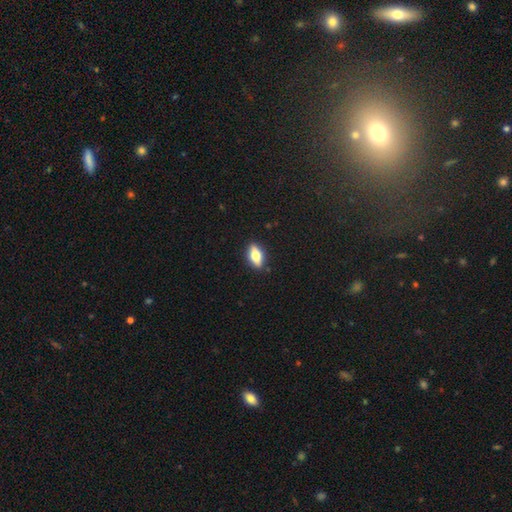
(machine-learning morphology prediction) smooth-or-featured: smooth: 60% | featured or disk: 32% | star or artifact: 8%
  how-rounded: in between: 79% | cigar-shaped: 15% | round: 5%
  merging: none: 87% | minor disturbance: 9% | major disturbance: 2% | merger: 1%